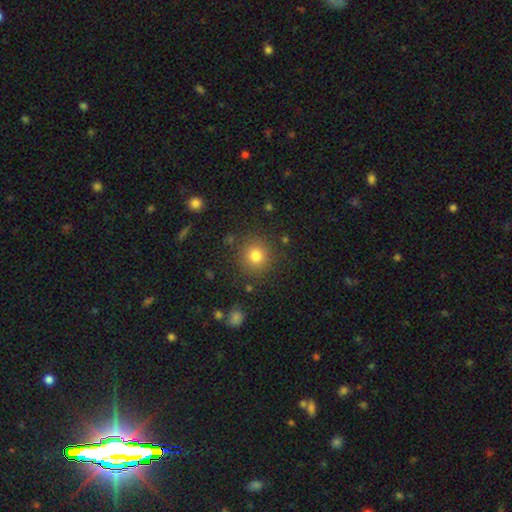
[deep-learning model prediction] Smooth or featured: smooth — 80% (star or artifact — 13%)
How rounded: round — 91% (in between — 8%)
Merging: none — 86% (minor disturbance — 8%)